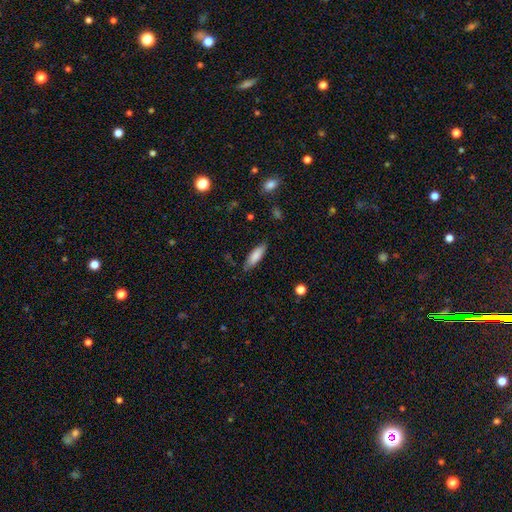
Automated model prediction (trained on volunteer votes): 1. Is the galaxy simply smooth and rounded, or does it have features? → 83% smooth, 10% featured or disk, 6% star or artifact.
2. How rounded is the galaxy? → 55% in between, 43% cigar-shaped, 2% round.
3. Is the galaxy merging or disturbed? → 81% none, 14% minor disturbance, 3% major disturbance, 1% merger.